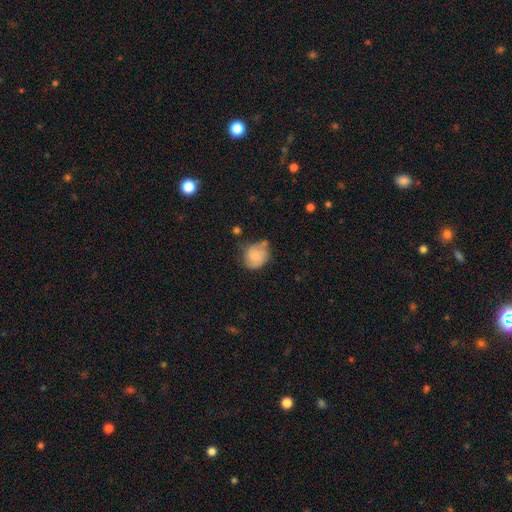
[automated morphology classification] Smooth or featured? Predicted: smooth (p=0.71). How rounded? Predicted: round (p=0.61). Merging? Predicted: none (p=0.43).